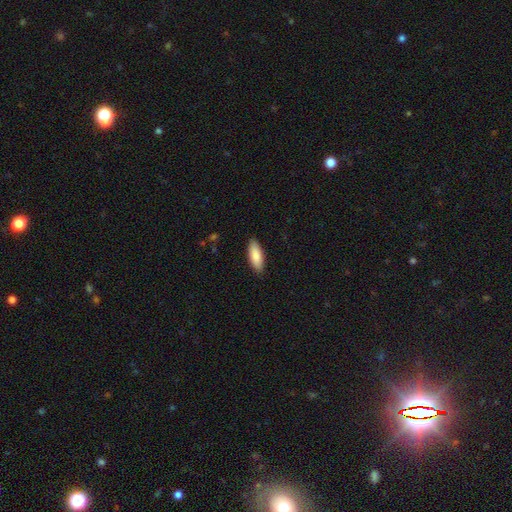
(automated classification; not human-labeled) smooth-or-featured: smooth: 85% | featured or disk: 10% | star or artifact: 5%
  how-rounded: in between: 67% | cigar-shaped: 32% | round: 2%
  merging: none: 89% | minor disturbance: 8% | major disturbance: 2% | merger: 1%